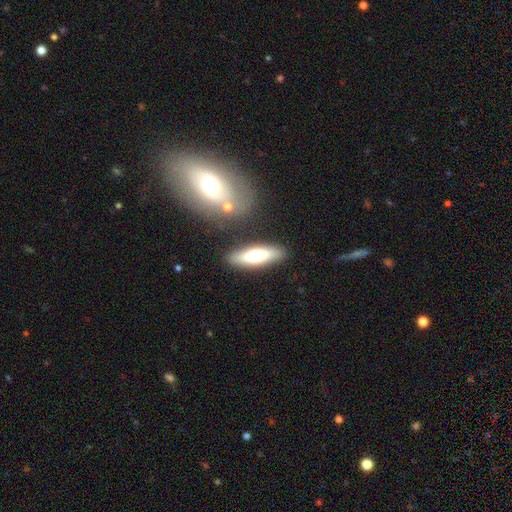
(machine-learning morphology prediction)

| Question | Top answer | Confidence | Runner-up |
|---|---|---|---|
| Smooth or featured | smooth | 60% | featured or disk (34%) |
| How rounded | cigar-shaped | 59% | in between (39%) |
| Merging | none | 85% | minor disturbance (9%) |